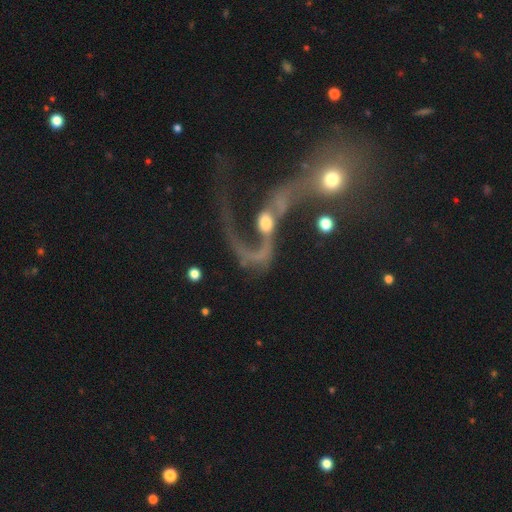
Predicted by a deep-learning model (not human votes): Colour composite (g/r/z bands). It shows a featured or disk galaxy (75%) with no bar (56%), 2 (51%) loose (84%) spiral arms (81%) and a moderate central bulge (52%). Merging: merger (48%).